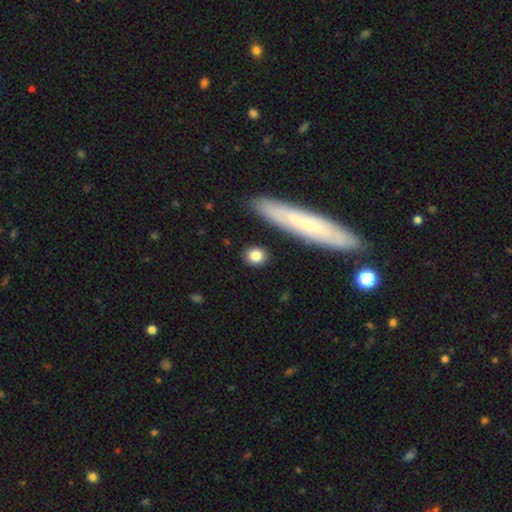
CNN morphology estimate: smooth-or-featured: smooth: 84% | featured or disk: 8% | star or artifact: 8%
  how-rounded: round: 70% | in between: 24% | cigar-shaped: 5%
  merging: none: 88% | minor disturbance: 8% | major disturbance: 2% | merger: 2%